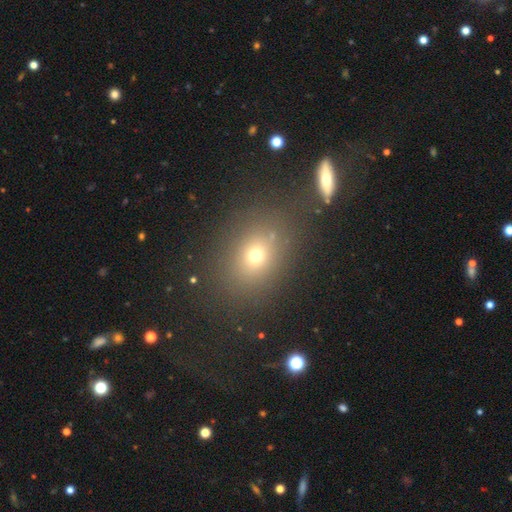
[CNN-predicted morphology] Q: Smooth or featured?
A: smooth (68%); runner-up: star or artifact (20%)
Q: How rounded?
A: round (51%); runner-up: in between (48%)
Q: Merging?
A: none (77%); runner-up: minor disturbance (11%)